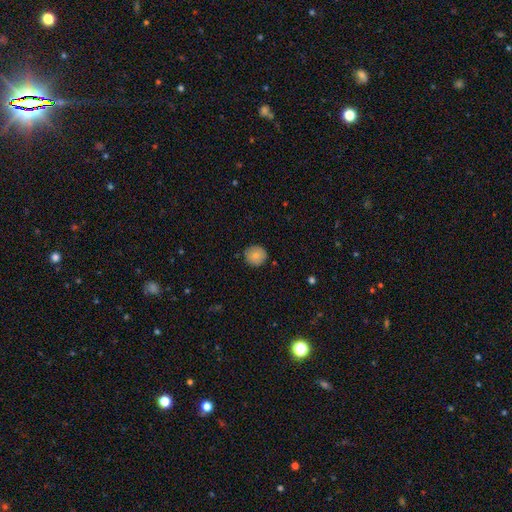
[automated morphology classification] smooth_or_featured: smooth (p=0.82) [alt: featured or disk p=0.10]
how_rounded: round (p=0.92) [alt: in between p=0.07]
merging: none (p=0.84) [alt: minor disturbance p=0.12]